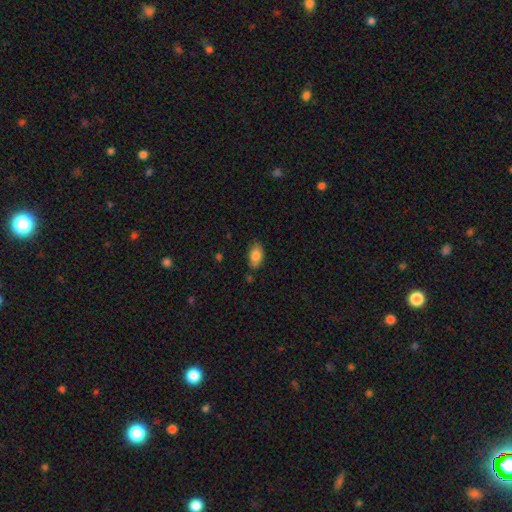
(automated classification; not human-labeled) The model was most divided on "merging": none: 80%, minor disturbance: 15%, major disturbance: 3%, merger: 2%. More confident: how rounded — in between (92%); smooth or featured — smooth (83%).